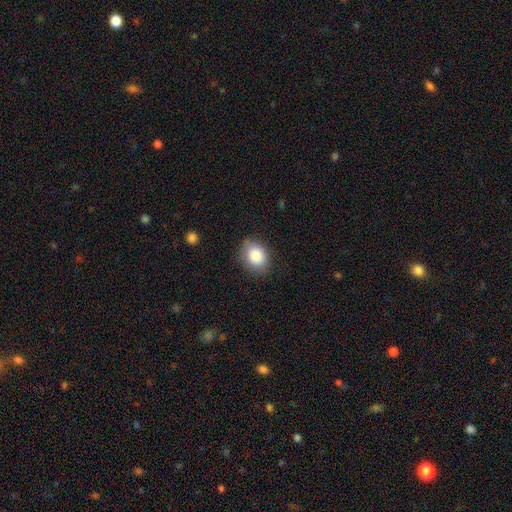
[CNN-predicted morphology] type=smooth (85%); roundness=in between (65%); merging=none (81%).